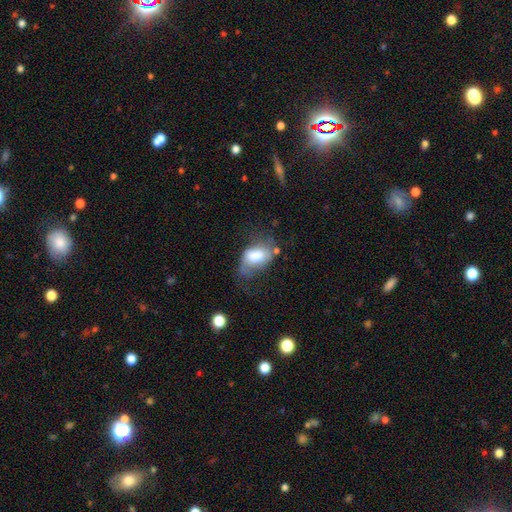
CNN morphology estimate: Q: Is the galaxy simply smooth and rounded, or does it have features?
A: smooth — 61%.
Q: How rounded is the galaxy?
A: in between — 88%.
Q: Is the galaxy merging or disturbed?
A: major disturbance — 34%.